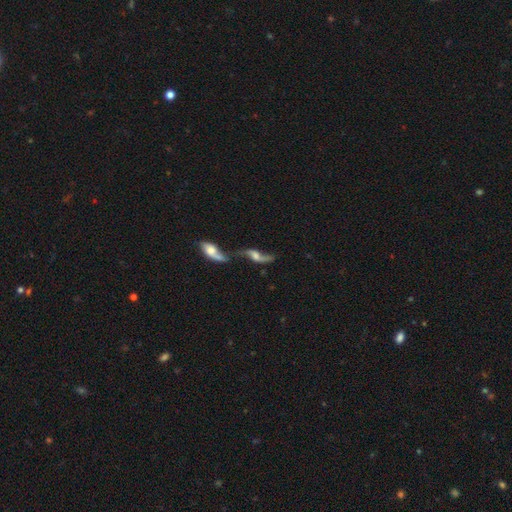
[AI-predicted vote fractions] Smooth or featured? featured or disk (77%)
Edge-on disk? no (83%)
Bar? no (49%)
Spiral arms? yes (88%)
Spiral winding? loose (88%)
Spiral arm count? 2 (88%)
Bulge size? moderate (43%)
Merging? merger (63%)